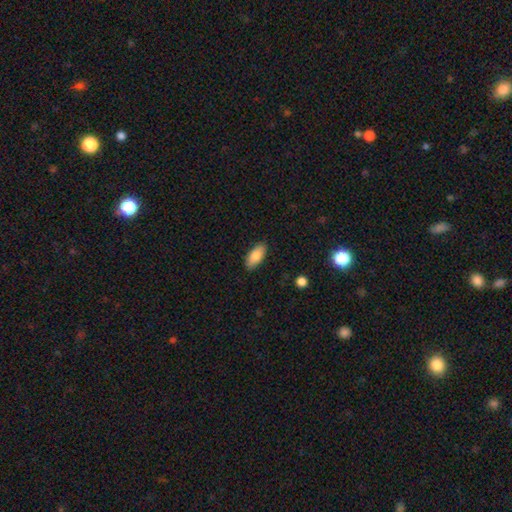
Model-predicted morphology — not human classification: This is clearly a smooth galaxy (85%). How rounded: clearly in between (88%). Merging: clearly none (87%).